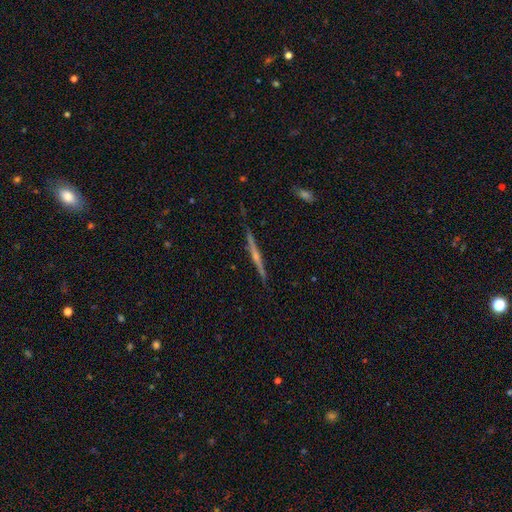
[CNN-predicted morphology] Smooth or featured?
  - featured or disk: 79% *
  - smooth: 14%
  - star or artifact: 7%
Edge-on disk?
  - yes: 98% *
  - no: 2%
Edge-on bulge?
  - rounded: 74% *
  - none: 19%
  - boxy: 8%
Merging?
  - none: 90% *
  - minor disturbance: 7%
  - major disturbance: 1%
  - merger: 1%